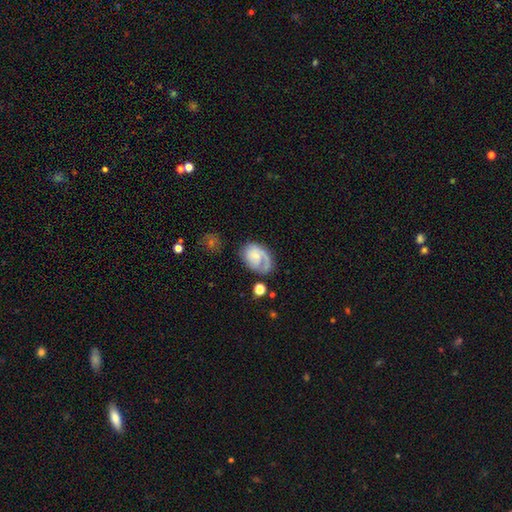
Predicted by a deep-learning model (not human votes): smooth_or_featured: featured or disk (p=0.60) [alt: smooth p=0.33]
disk_edge_on: no (p=0.97) [alt: yes p=0.03]
bar: no (p=0.72) [alt: weak p=0.24]
has_spiral_arms: yes (p=0.84) [alt: no p=0.16]
bulge_size: small (p=0.60) [alt: moderate p=0.24]
merging: none (p=0.55) [alt: minor disturbance p=0.24]